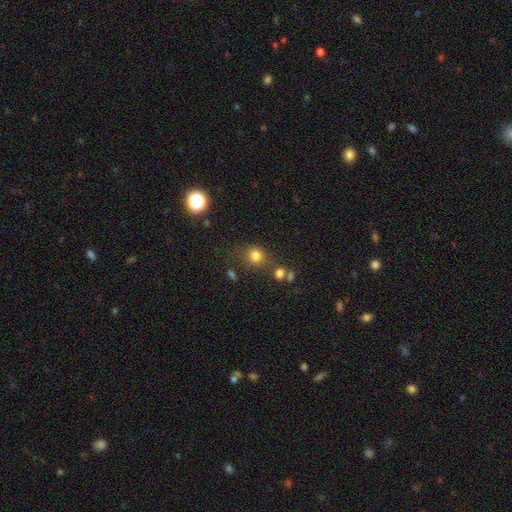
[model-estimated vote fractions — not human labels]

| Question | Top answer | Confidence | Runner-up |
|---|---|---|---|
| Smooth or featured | smooth | 78% | star or artifact (15%) |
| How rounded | round | 81% | in between (18%) |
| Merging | none | 70% | minor disturbance (15%) |